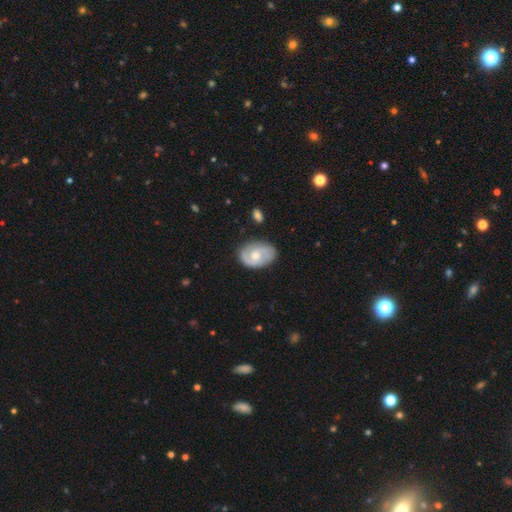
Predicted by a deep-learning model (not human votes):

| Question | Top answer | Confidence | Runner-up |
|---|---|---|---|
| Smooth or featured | featured or disk | 65% | smooth (30%) |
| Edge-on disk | no | 96% | yes (4%) |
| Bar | no | 66% | weak (30%) |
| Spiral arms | yes | 85% | no (15%) |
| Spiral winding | tight | 41% | tied: medium (41%) |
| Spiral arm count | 2 | 66% | can't tell (18%) |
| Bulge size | moderate | 65% | small (28%) |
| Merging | none | 74% | minor disturbance (19%) |